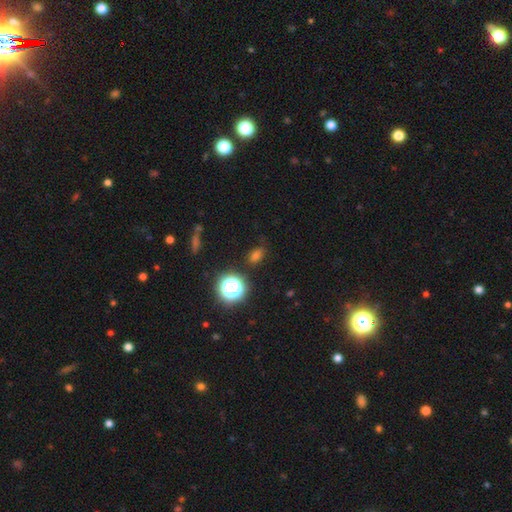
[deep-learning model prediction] Smooth or featured: smooth — 64% (star or artifact — 29%)
How rounded: in between — 58% (round — 40%)
Merging: none — 78% (minor disturbance — 14%)